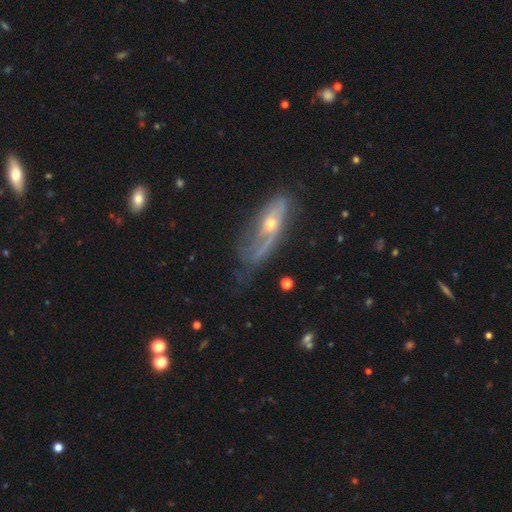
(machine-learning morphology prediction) Smooth or featured: featured or disk — 64% (smooth — 27%)
Edge-on disk: no — 70% (yes — 30%)
Merging: none — 38% (minor disturbance — 31%)